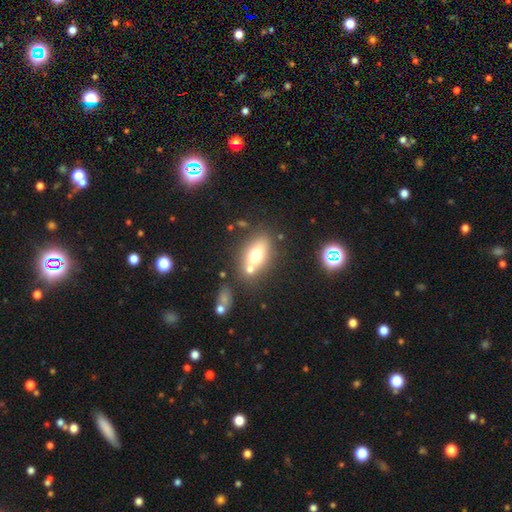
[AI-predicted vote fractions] Overall: smooth (66%). How rounded: in between (80%). Merging: none (55%; merger 27%).